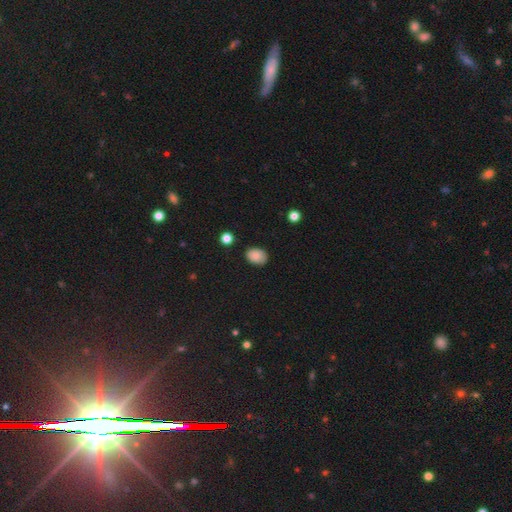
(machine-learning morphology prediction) smooth 86%, star or artifact 9%, featured or disk 5%. Down the decision tree: how rounded — in between (70%); merging — none (85%).